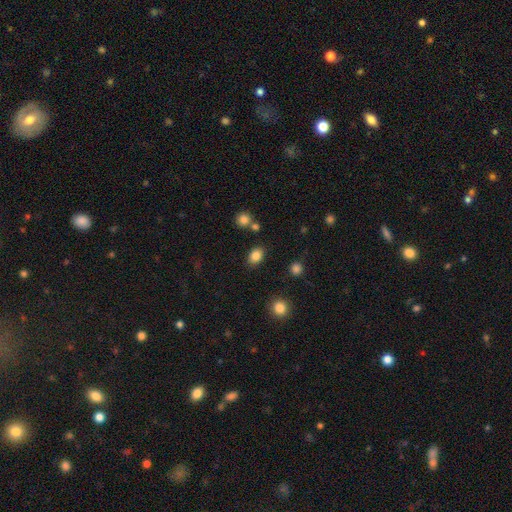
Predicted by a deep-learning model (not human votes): The model was most divided on "how rounded": in between: 74%, round: 25%, cigar-shaped: 1%. More confident: smooth or featured — smooth (84%); merging — none (83%).